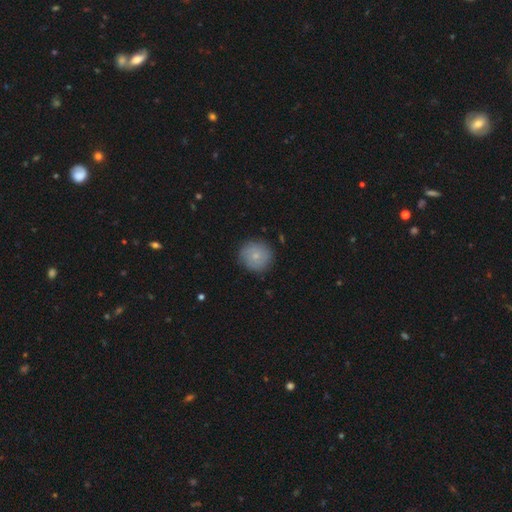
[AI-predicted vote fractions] Smooth or featured?
  - smooth: 73% *
  - featured or disk: 20%
  - star or artifact: 7%
How rounded?
  - round: 92% *
  - in between: 7%
  - cigar-shaped: 1%
Merging?
  - none: 84% *
  - minor disturbance: 12%
  - major disturbance: 3%
  - merger: 1%